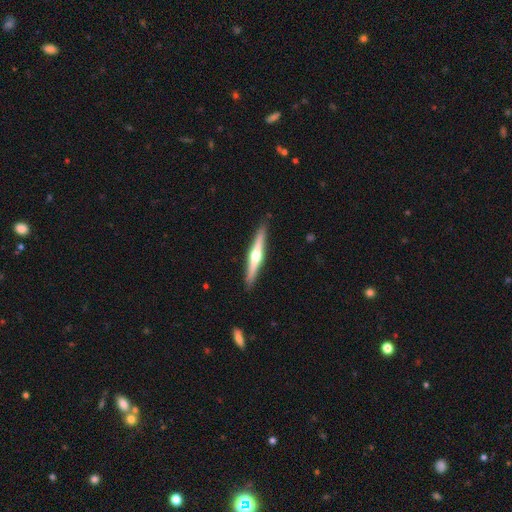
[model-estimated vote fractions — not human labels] Overall: featured or disk (69%). Edge-on disk: yes (97%). Edge-on bulge: rounded (93%). Merging: none (90%).